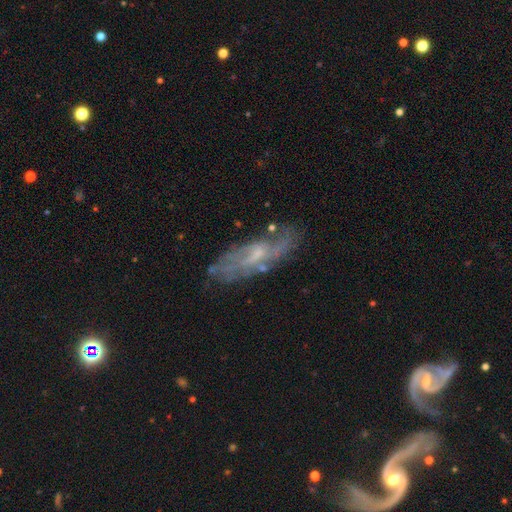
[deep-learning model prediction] This is likely a featured or disk galaxy (68%). It is likely not viewed edge-on (78%). Bar: possibly no (46%). Spiral arm pattern: likely yes (70%). Central bulge: possibly small (53%). Merging: likely none (67%).